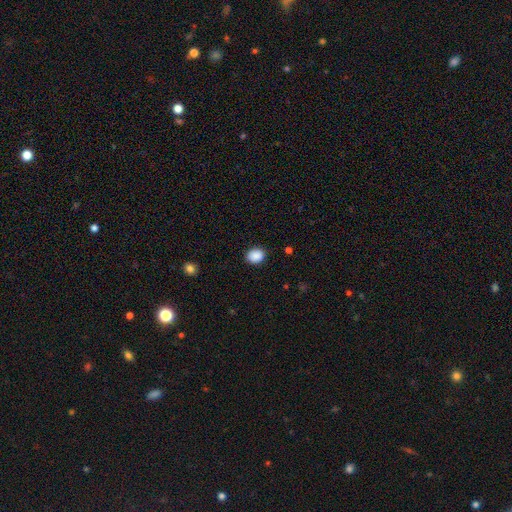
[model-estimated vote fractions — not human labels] Smooth or featured?
  - smooth: 89% *
  - star or artifact: 8%
  - featured or disk: 3%
How rounded?
  - round: 58% *
  - in between: 41%
  - cigar-shaped: 1%
Merging?
  - none: 88% *
  - minor disturbance: 8%
  - major disturbance: 2%
  - merger: 1%